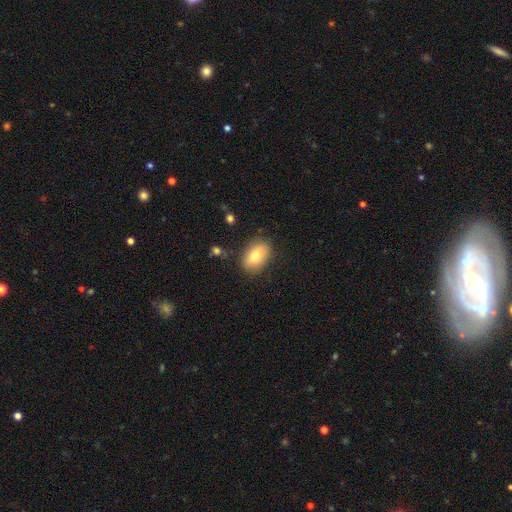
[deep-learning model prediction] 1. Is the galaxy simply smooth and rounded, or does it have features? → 80% smooth, 13% featured or disk, 7% star or artifact.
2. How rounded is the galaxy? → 86% in between, 12% round, 1% cigar-shaped.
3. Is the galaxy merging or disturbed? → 83% none, 12% minor disturbance, 3% major disturbance, 2% merger.